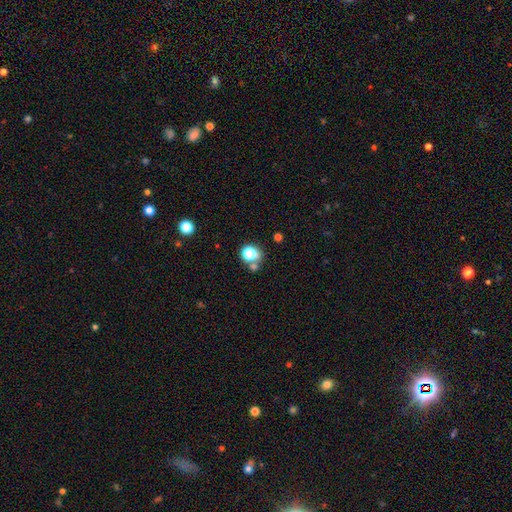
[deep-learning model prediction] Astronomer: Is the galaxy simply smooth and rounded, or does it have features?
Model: smooth — 77%.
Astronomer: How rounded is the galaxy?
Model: round — 72%.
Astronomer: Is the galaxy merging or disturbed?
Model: none — 50% (runner-up: merger, 29%).